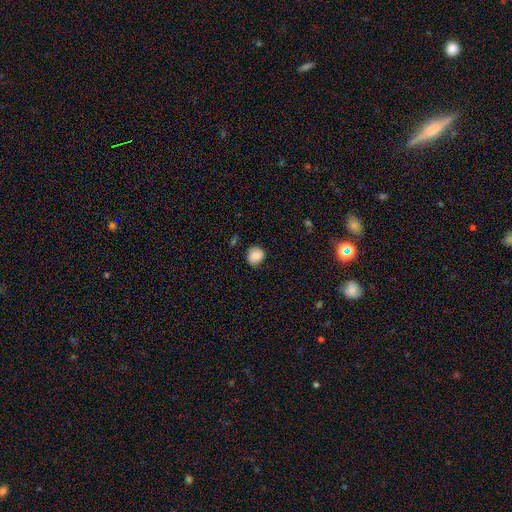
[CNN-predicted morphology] Smooth or featured?
  - smooth: 85% *
  - star or artifact: 9%
  - featured or disk: 7%
How rounded?
  - round: 85% *
  - in between: 14%
  - cigar-shaped: 1%
Merging?
  - none: 80% *
  - minor disturbance: 15%
  - major disturbance: 3%
  - merger: 2%